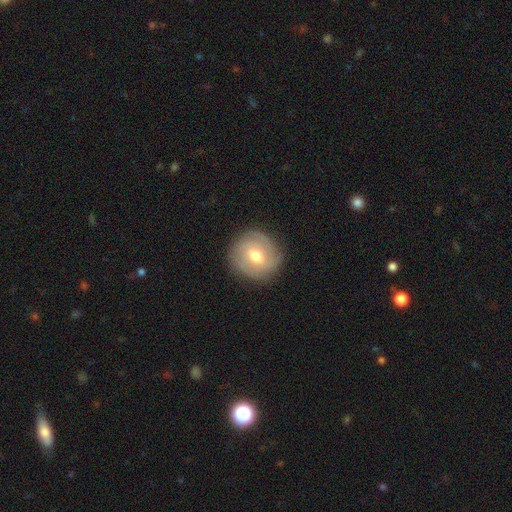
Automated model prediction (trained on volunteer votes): smooth_or_featured: featured or disk (p=0.51) [alt: smooth p=0.41]
disk_edge_on: no (p=0.96) [alt: yes p=0.04]
merging: none (p=0.84) [alt: minor disturbance p=0.11]